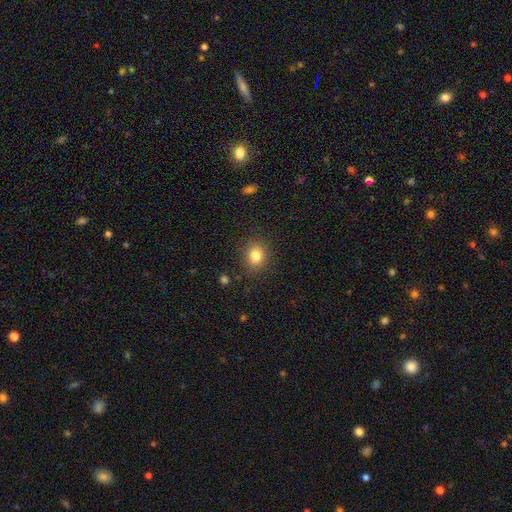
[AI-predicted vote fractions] A smooth galaxy with no disk features (82%) that is round (63%).

Vote fractions:
- Smooth or featured? smooth: 82% / star or artifact: 11% / featured or disk: 7%
- How rounded? round: 63% / in between: 36% / cigar-shaped: 1%
- Merging? none: 86% / minor disturbance: 10% / major disturbance: 3% / merger: 1%